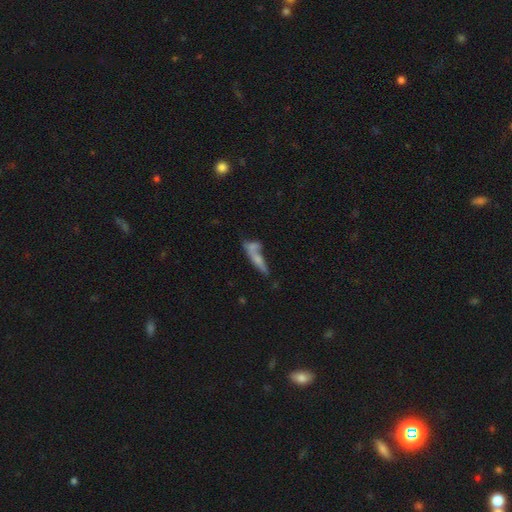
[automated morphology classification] type=smooth (48%); merging=none (38%).